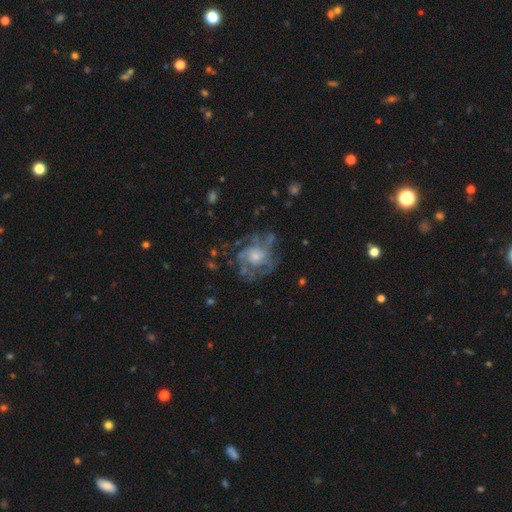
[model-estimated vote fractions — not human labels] featured or disk 67%, smooth 23%, star or artifact 9%. Down the decision tree: edge-on disk — no (98%); bar — no (82%); spiral arms — yes (65%); bulge size — moderate (43%); merging — none (54%).